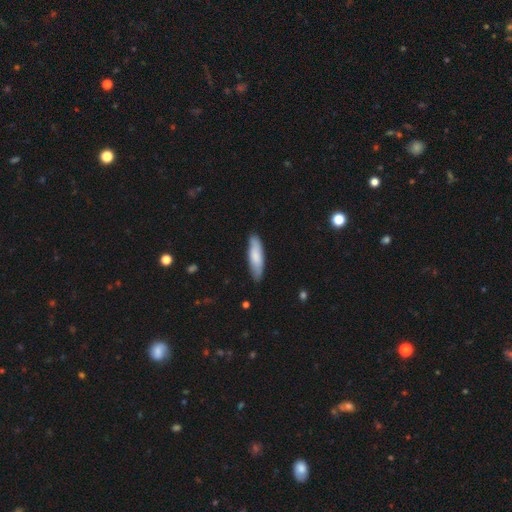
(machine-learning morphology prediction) A smooth galaxy with no disk features (77%) that is cigar-shaped (58%).

Vote fractions:
- Smooth or featured? smooth: 77% / featured or disk: 18% / star or artifact: 5%
- How rounded? cigar-shaped: 58% / in between: 40% / round: 1%
- Merging? none: 82% / minor disturbance: 14% / major disturbance: 2% / merger: 1%